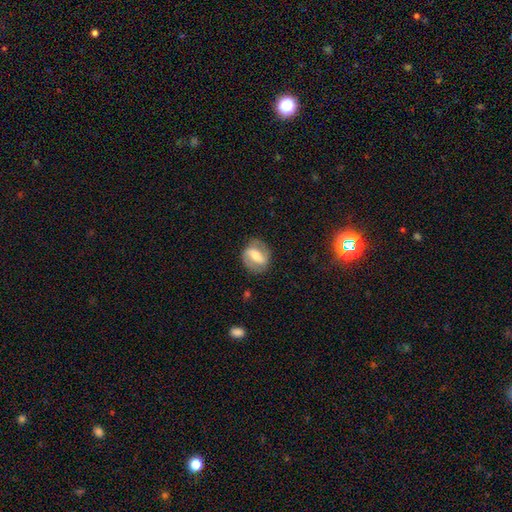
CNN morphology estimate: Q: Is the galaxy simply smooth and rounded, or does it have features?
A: featured or disk — 66%.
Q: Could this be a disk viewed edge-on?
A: no — 95%.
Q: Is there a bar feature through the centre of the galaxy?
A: strong — 60%.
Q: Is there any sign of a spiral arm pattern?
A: yes — 75%.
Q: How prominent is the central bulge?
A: moderate — 48%.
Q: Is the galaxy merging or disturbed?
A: none — 80%.